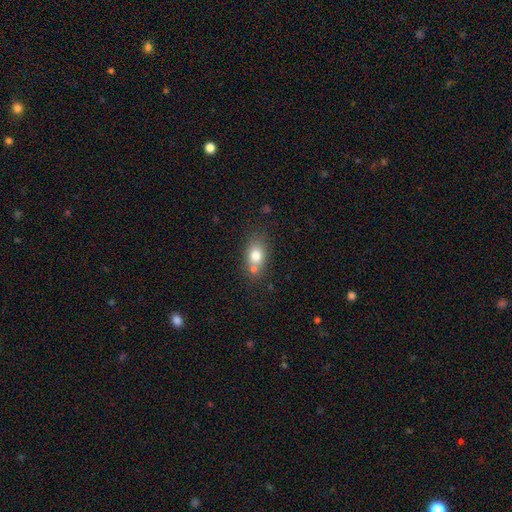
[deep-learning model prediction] Smooth or featured: smooth — 76% (featured or disk — 14%)
How rounded: in between — 68% (round — 29%)
Merging: none — 53% (merger — 29%)